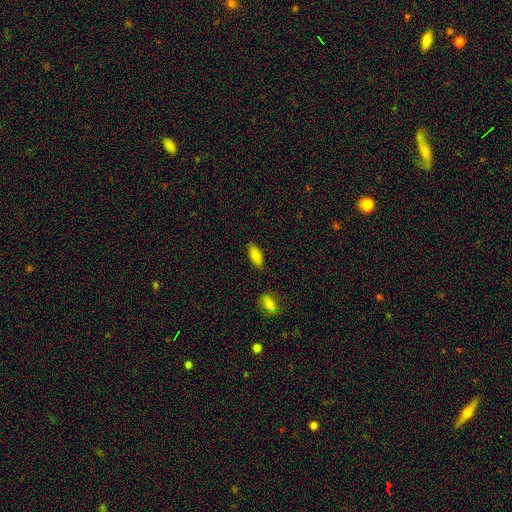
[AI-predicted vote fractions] smooth-or-featured: smooth: 86% | star or artifact: 8% | featured or disk: 6%
  how-rounded: in between: 83% | cigar-shaped: 14% | round: 2%
  merging: none: 83% | minor disturbance: 12% | merger: 3% | major disturbance: 3%